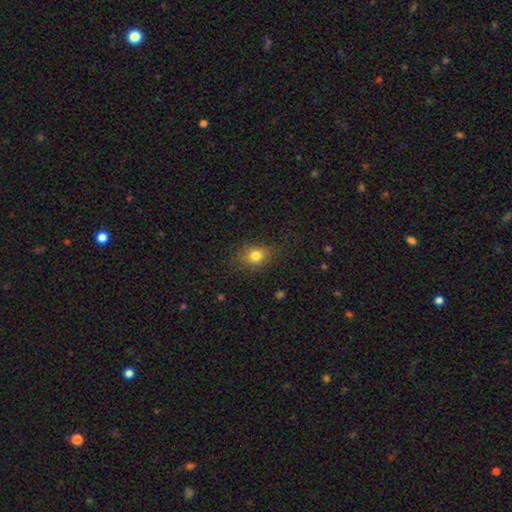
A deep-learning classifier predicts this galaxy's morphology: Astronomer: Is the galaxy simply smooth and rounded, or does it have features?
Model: smooth — 79%.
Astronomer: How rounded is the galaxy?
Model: round — 49%, tied with in between at 49%.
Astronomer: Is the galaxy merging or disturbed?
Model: none — 80%.